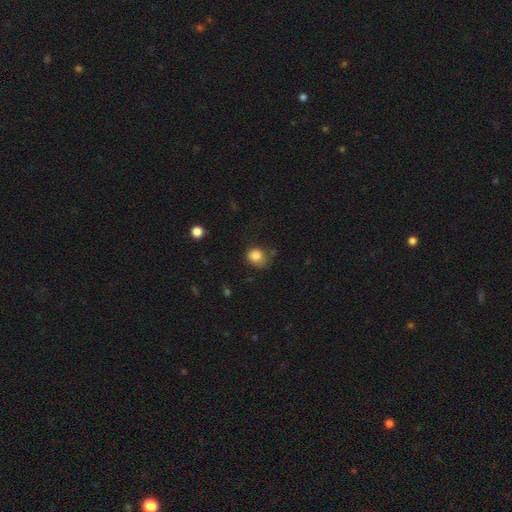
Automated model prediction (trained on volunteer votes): Overall: smooth (84%). How rounded: round (63%; in between 36%). Merging: none (55%; minor disturbance 31%).